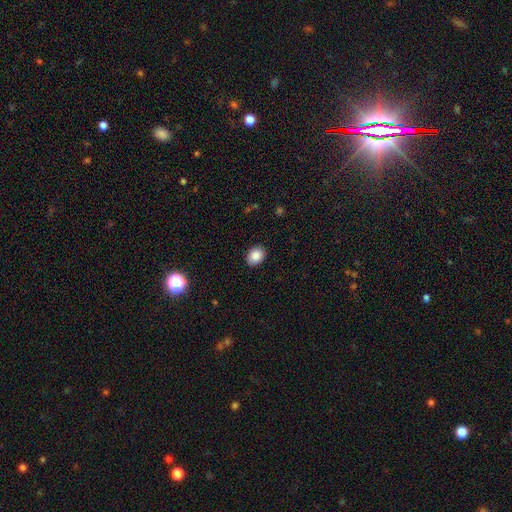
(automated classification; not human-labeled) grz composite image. It shows a smooth galaxy with no disk features (87%) that is in between round and cigar-shaped (60%). Merging: none (89%).